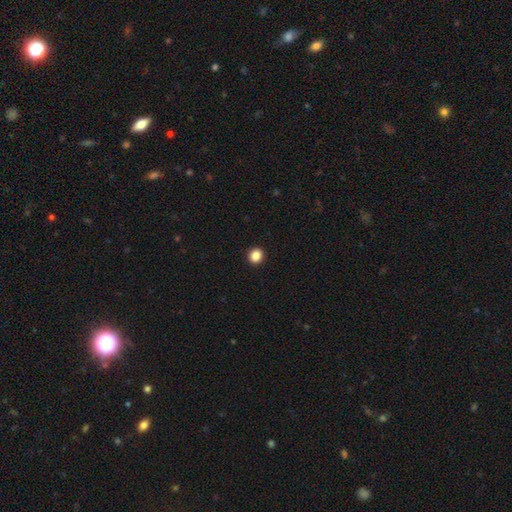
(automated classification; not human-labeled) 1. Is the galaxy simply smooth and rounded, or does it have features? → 87% smooth, 10% star or artifact, 3% featured or disk.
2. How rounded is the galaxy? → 85% round, 14% in between, 1% cigar-shaped.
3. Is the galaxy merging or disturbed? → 93% none, 4% minor disturbance, 1% major disturbance, 1% merger.